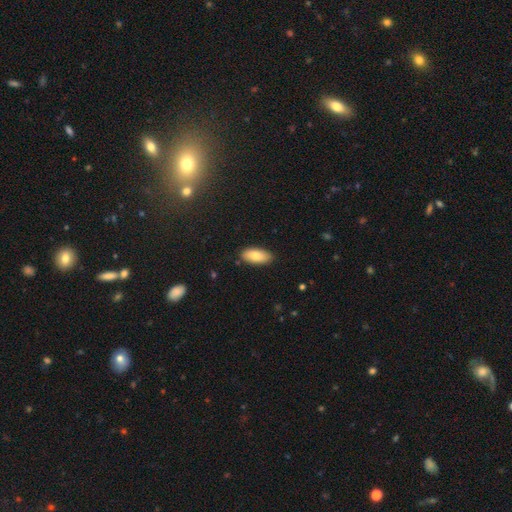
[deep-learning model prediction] Smooth or featured? Predicted: smooth (p=0.80). How rounded? Predicted: in between (p=0.89). Merging? Predicted: none (p=0.86).